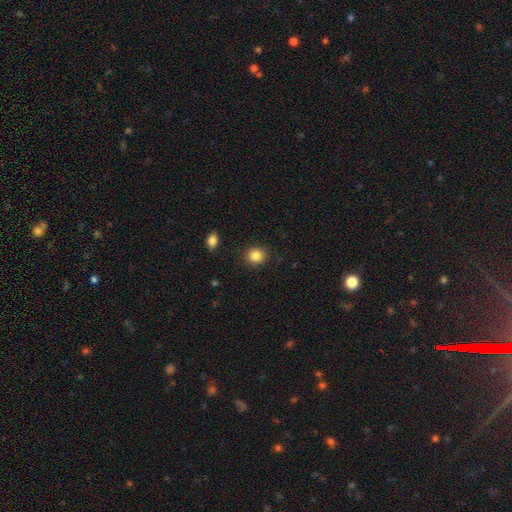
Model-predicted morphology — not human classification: Smooth or featured: smooth — 85% (star or artifact — 10%)
How rounded: round — 84% (in between — 15%)
Merging: none — 90% (minor disturbance — 6%)